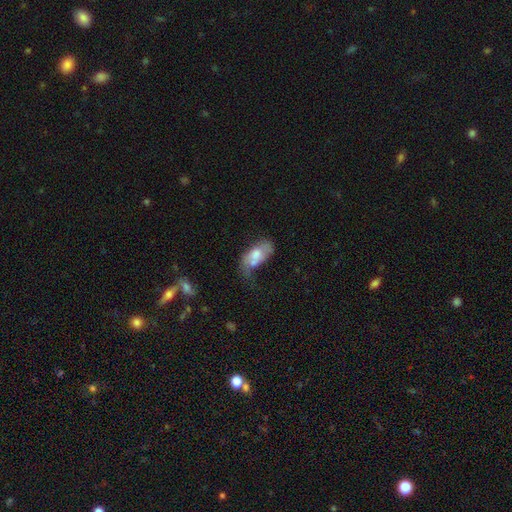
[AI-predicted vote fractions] Morphology: type=smooth (57%); roundness=in between (90%); merging=major disturbance (29%).